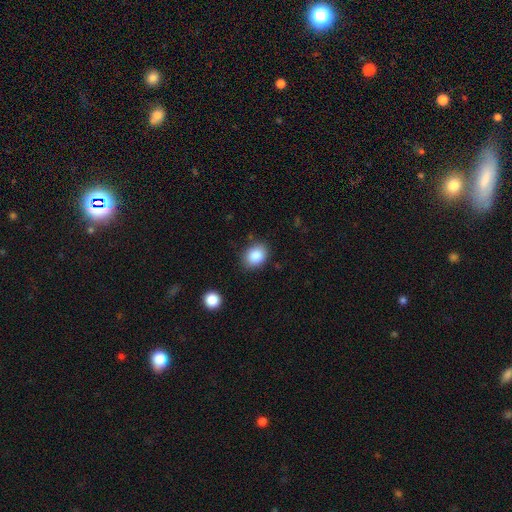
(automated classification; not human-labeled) Smooth or featured? smooth (86%)
How rounded? in between (58%)
Merging? none (84%)